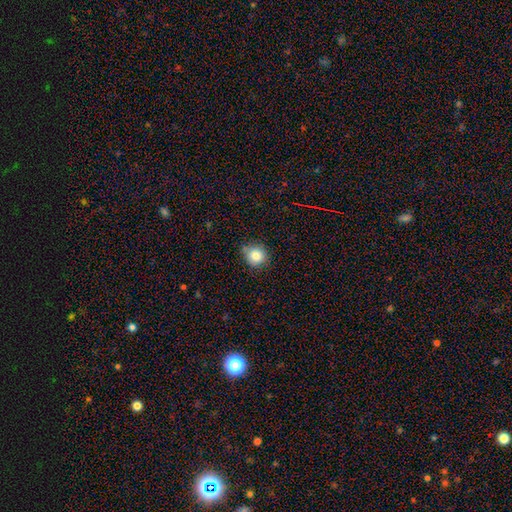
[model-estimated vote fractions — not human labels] Smooth or featured? Predicted: smooth (p=0.83). How rounded? Predicted: round (p=0.88). Merging? Predicted: none (p=0.73).